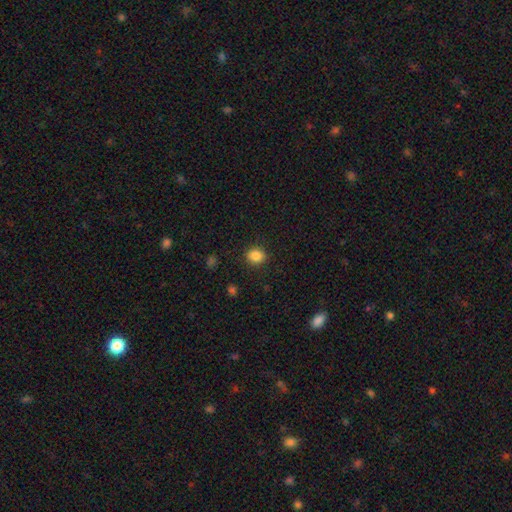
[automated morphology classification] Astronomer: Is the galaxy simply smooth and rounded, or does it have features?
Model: smooth — 86%.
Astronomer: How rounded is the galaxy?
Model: round — 75%.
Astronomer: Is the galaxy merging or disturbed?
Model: none — 89%.